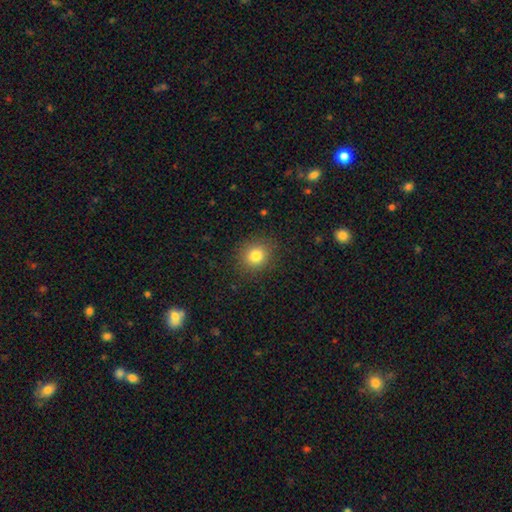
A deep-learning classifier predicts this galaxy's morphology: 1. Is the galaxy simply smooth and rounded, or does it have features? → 81% smooth, 12% star or artifact, 7% featured or disk.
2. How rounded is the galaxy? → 81% round, 18% in between, 1% cigar-shaped.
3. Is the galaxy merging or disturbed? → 88% none, 8% minor disturbance, 3% major disturbance, 1% merger.